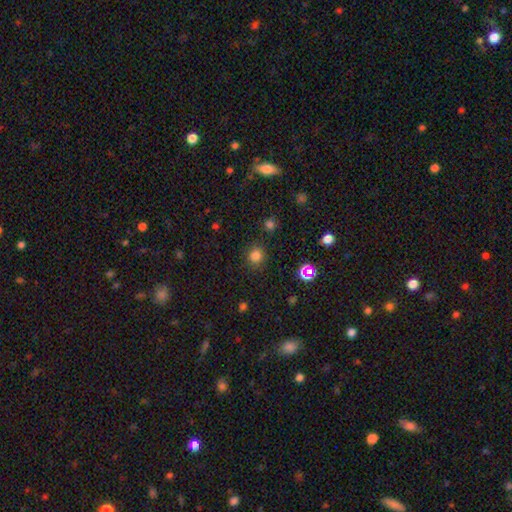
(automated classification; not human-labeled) smooth-or-featured: smooth: 77% | star or artifact: 18% | featured or disk: 5%
  how-rounded: round: 87% | in between: 12% | cigar-shaped: 1%
  merging: none: 85% | minor disturbance: 9% | major disturbance: 3% | merger: 2%